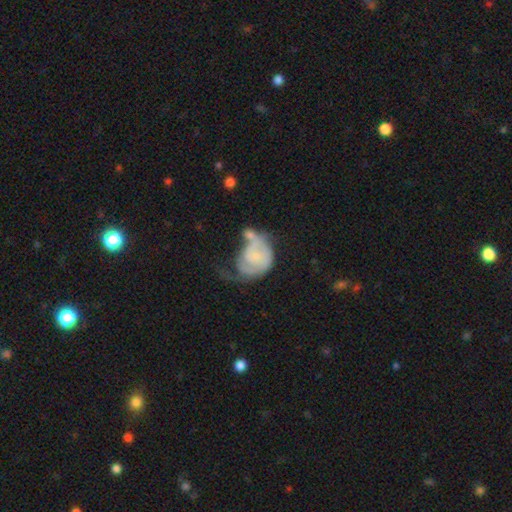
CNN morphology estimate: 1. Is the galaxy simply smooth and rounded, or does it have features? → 64% featured or disk, 29% smooth, 6% star or artifact.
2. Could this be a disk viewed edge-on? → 98% no, 2% yes.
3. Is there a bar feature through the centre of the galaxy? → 70% no, 26% weak, 4% strong.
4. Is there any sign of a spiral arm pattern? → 79% yes, 21% no.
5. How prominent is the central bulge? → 60% small, 19% none, 18% moderate, 2% large, 1% dominant.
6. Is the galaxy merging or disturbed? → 35% major disturbance, 28% merger, 18% minor disturbance, 18% none.